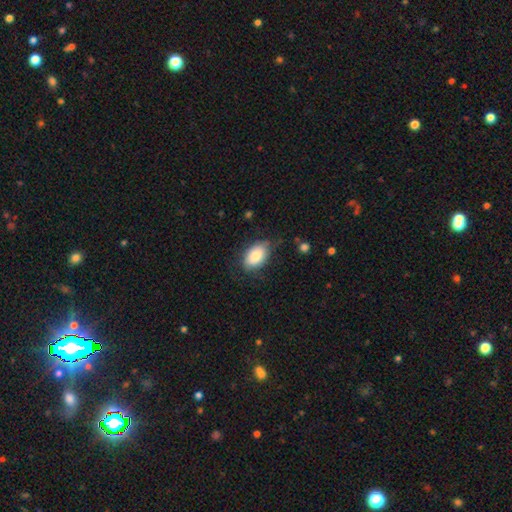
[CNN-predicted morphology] The model was most divided on "merging": none: 65%, minor disturbance: 25%, major disturbance: 8%, merger: 2%. More confident: how rounded — in between (91%); smooth or featured — smooth (83%).